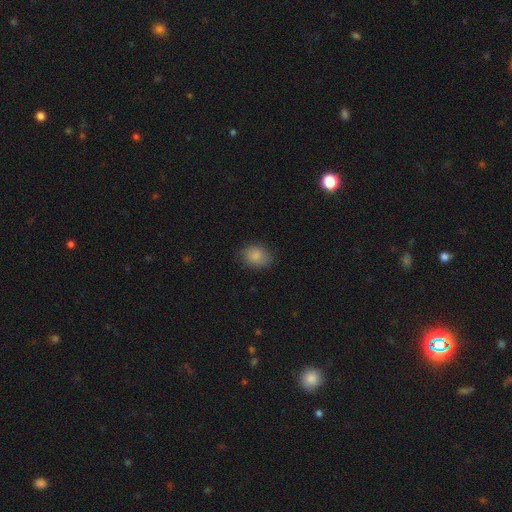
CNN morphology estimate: Q: Smooth or featured?
A: smooth (86%); runner-up: star or artifact (8%)
Q: How rounded?
A: in between (57%); runner-up: round (42%)
Q: Merging?
A: none (82%); runner-up: minor disturbance (14%)